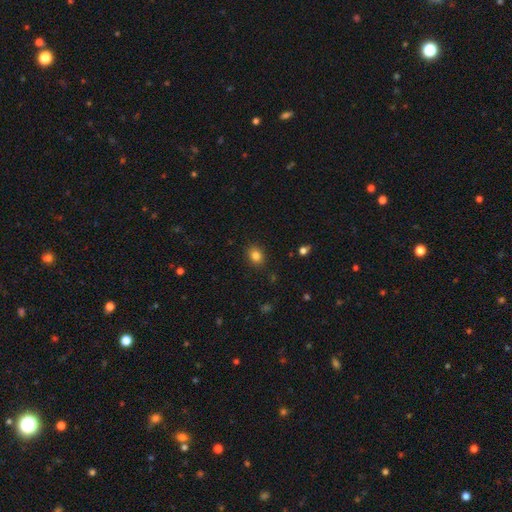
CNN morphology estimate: type=smooth (83%); roundness=round (55%); merging=none (88%).